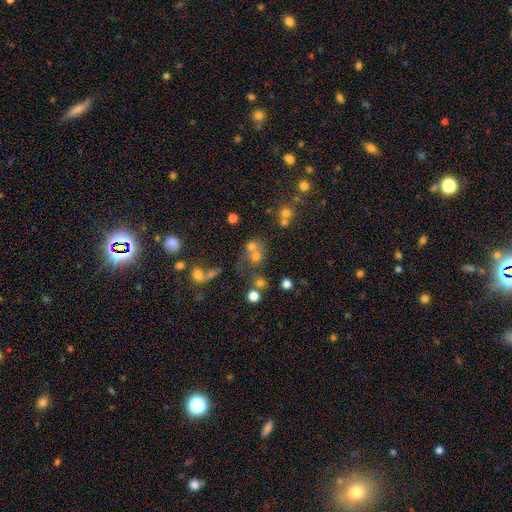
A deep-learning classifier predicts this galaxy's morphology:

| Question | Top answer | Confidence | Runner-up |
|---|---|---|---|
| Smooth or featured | smooth | 58% | star or artifact (25%) |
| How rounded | round | 77% | in between (21%) |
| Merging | merger | 44% | none (40%) |